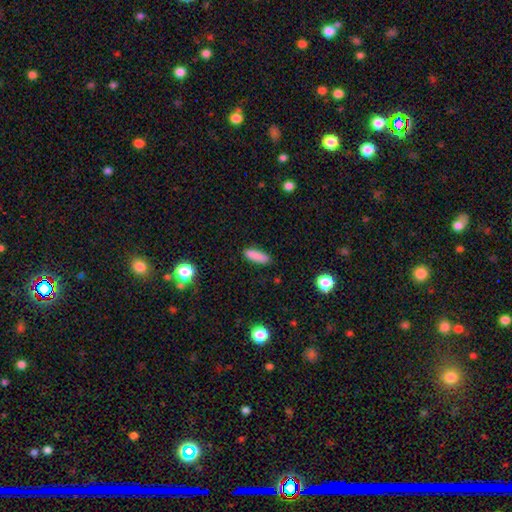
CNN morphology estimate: smooth-or-featured: smooth: 87% | star or artifact: 8% | featured or disk: 5%
  how-rounded: in between: 49% (tied) | cigar-shaped: 49% (tied) | round: 2%
  merging: none: 86% | minor disturbance: 10% | major disturbance: 2% | merger: 1%